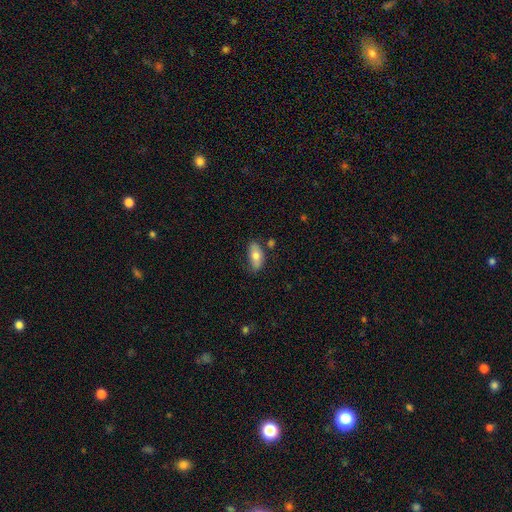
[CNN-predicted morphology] Smooth or featured: smooth — 75% (featured or disk — 18%)
How rounded: in between — 89% (cigar-shaped — 8%)
Merging: none — 71% (minor disturbance — 20%)